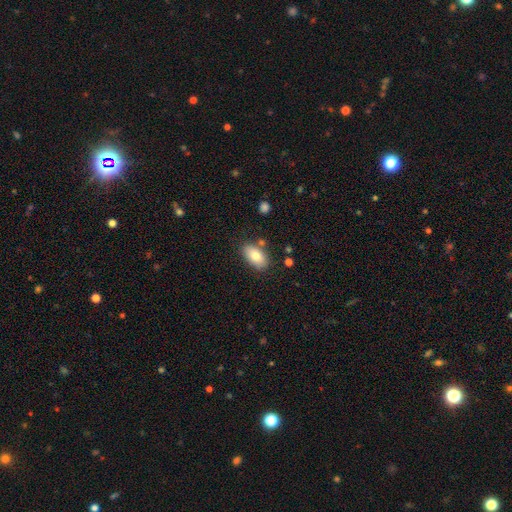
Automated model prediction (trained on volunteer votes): The model was most divided on "smooth or featured": smooth: 77%, featured or disk: 15%, star or artifact: 7%. More confident: how rounded — in between (92%); merging — none (77%).